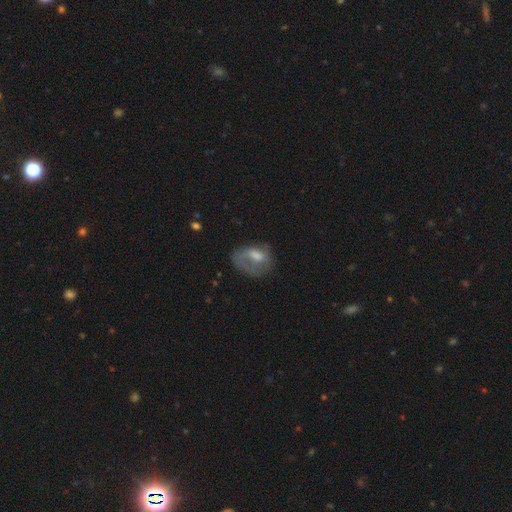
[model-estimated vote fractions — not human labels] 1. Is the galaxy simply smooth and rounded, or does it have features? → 47% featured or disk, 43% smooth, 10% star or artifact.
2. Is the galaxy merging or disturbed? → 41% none, 32% major disturbance, 24% minor disturbance, 3% merger.